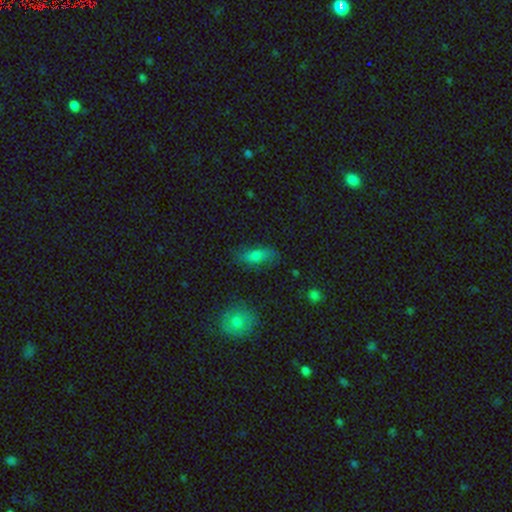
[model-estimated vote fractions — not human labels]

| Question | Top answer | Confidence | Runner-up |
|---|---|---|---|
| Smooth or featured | smooth | 71% | featured or disk (19%) |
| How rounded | in between | 73% | cigar-shaped (22%) |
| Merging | none | 77% | minor disturbance (16%) |